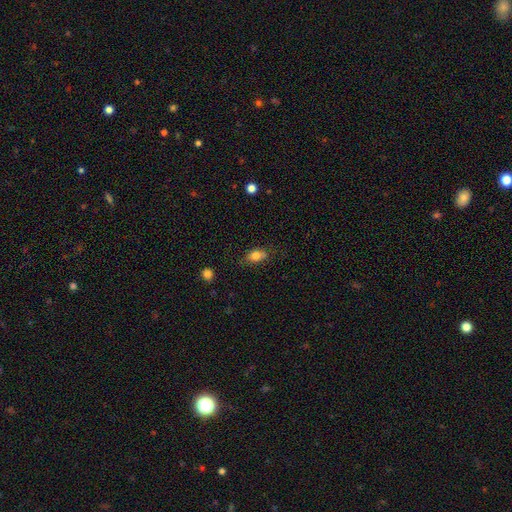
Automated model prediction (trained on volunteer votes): Smooth or featured?
  - smooth: 80% *
  - featured or disk: 11%
  - star or artifact: 9%
How rounded?
  - in between: 79% *
  - round: 17%
  - cigar-shaped: 4%
Merging?
  - none: 68% *
  - minor disturbance: 23%
  - major disturbance: 6%
  - merger: 3%